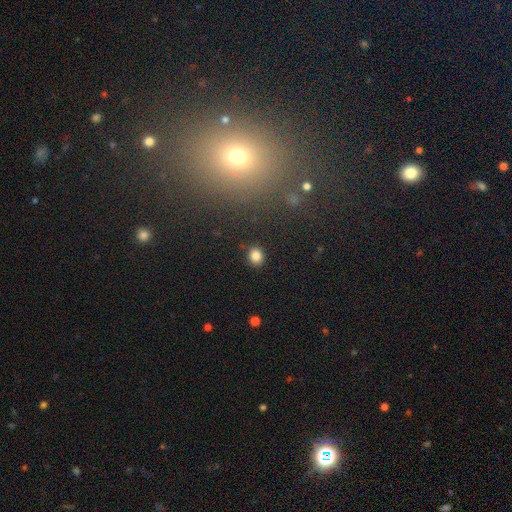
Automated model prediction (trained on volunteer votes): Smooth or featured? smooth (84%)
How rounded? round (68%)
Merging? none (88%)